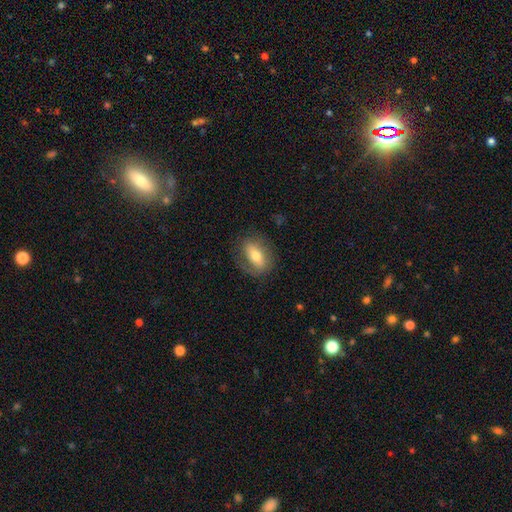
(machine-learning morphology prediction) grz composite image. It shows a smooth galaxy with no disk features (53%) that is in between round and cigar-shaped (77%). Merging: none (74%).